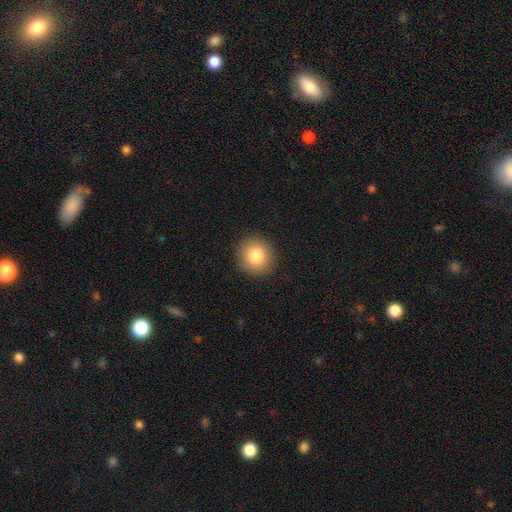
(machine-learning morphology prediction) Smooth or featured? Predicted: smooth (p=0.82). How rounded? Predicted: round (p=0.89). Merging? Predicted: none (p=0.91).